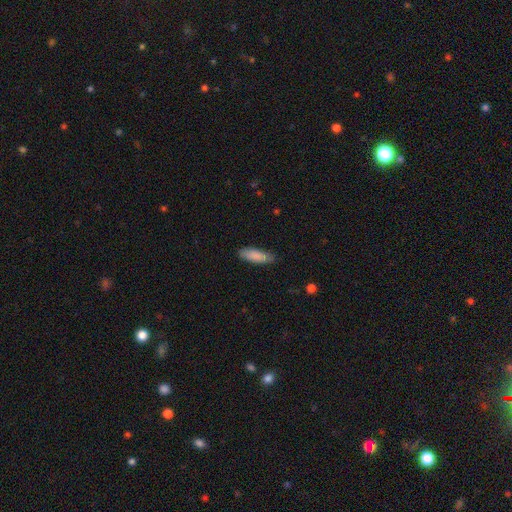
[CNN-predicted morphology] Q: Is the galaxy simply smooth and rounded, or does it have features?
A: smooth — 88%.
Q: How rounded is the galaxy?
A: in between — 55%.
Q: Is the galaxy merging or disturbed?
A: none — 84%.